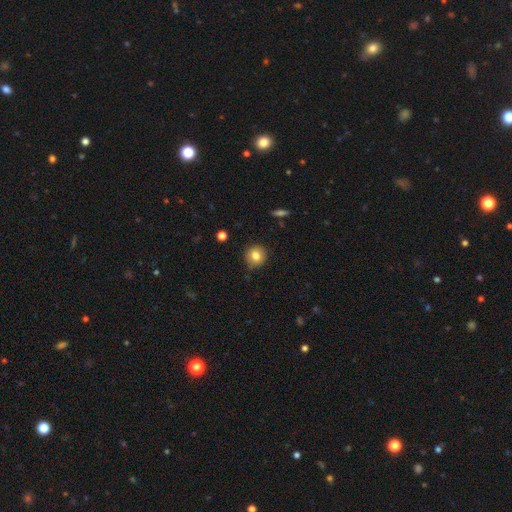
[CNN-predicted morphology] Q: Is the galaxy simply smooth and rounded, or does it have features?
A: smooth — 81%.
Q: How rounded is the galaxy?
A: round — 90%.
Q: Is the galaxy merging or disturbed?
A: none — 86%.